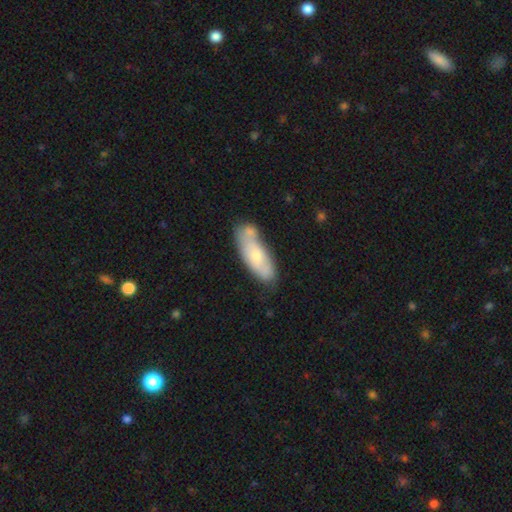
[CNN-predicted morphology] This is possibly a smooth galaxy (59%). How rounded: likely in between (65%). Merging: possibly none (48%).